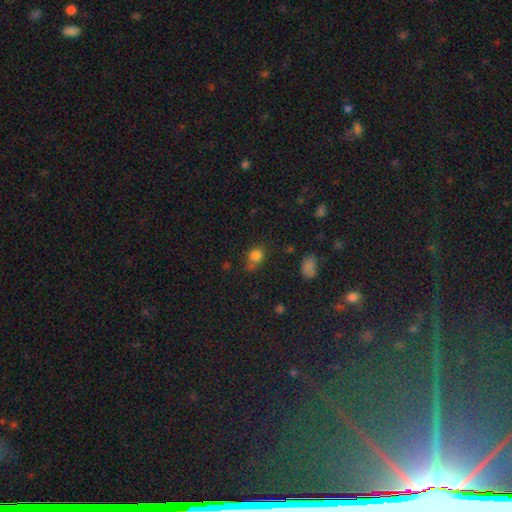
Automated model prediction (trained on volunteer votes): The model was most divided on "merging": none: 51%, minor disturbance: 23%, merger: 17%, major disturbance: 10%. More confident: smooth or featured — smooth (79%); how rounded — round (68%).